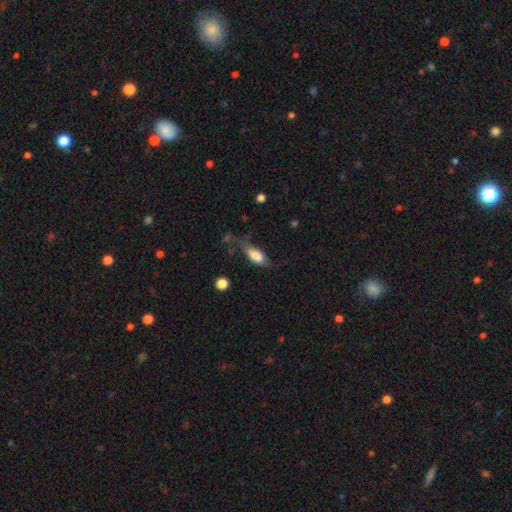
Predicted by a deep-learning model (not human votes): smooth_or_featured: smooth (p=0.76) [alt: featured or disk p=0.15]
how_rounded: in between (p=0.81) [alt: cigar-shaped p=0.15]
merging: none (p=0.35) [alt: minor disturbance p=0.32]